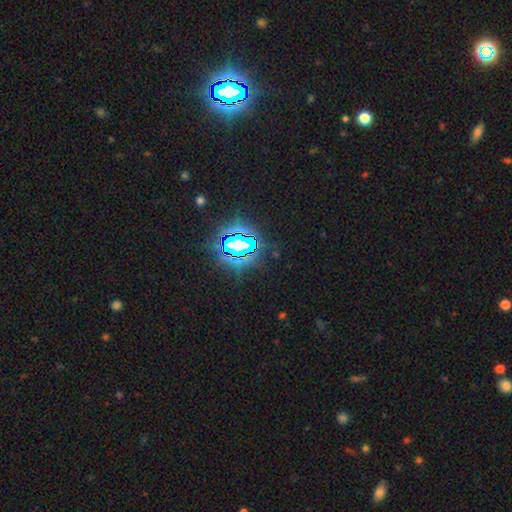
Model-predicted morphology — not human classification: Smooth or featured?
  - star or artifact: 84% *
  - smooth: 9%
  - featured or disk: 6%